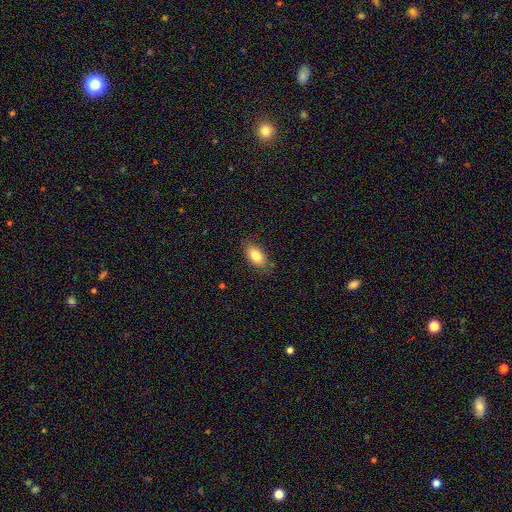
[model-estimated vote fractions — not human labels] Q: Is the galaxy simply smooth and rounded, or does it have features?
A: smooth — 82%.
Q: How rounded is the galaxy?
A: in between — 89%.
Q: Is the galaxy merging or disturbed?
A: none — 81%.